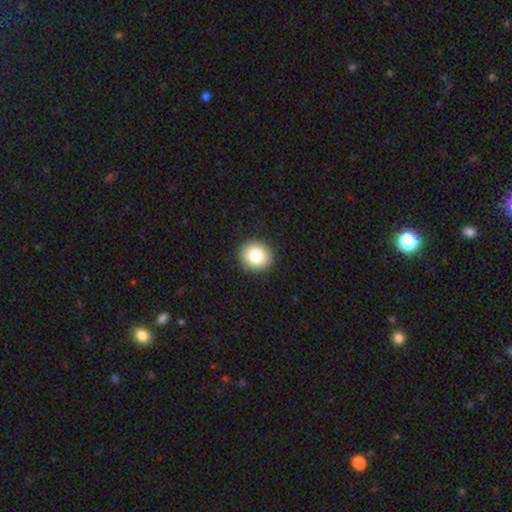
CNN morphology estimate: This appears to be a smooth galaxy with no disk features (84%) that is round (78%). Merging: none (91%).